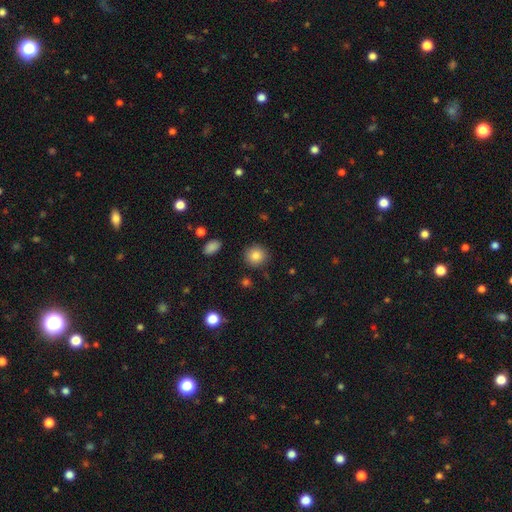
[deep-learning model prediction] A smooth galaxy with no disk features (85%) that is round (89%). Merging: none (89%).